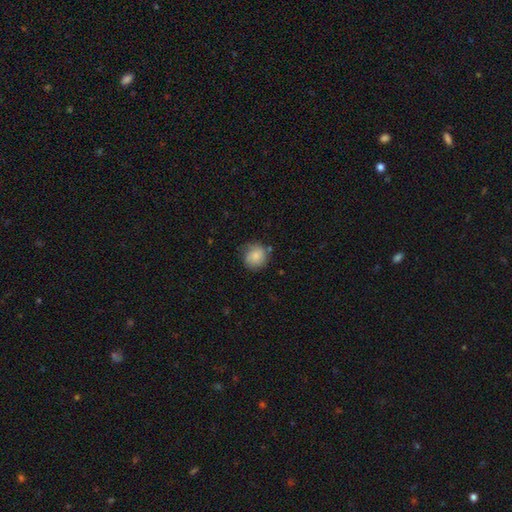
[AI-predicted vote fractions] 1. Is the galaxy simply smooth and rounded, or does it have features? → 83% smooth, 9% featured or disk, 8% star or artifact.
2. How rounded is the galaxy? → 87% round, 12% in between, 1% cigar-shaped.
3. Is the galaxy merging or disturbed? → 73% none, 19% minor disturbance, 5% major disturbance, 3% merger.